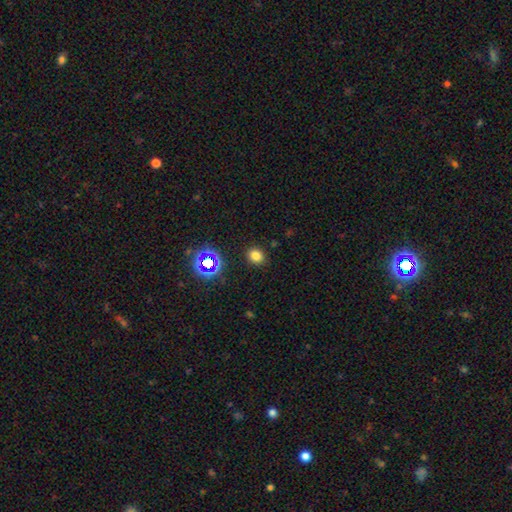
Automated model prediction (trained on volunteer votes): The model was most divided on "how rounded": round: 65%, in between: 34%, cigar-shaped: 1%. More confident: merging — none (89%); smooth or featured — smooth (75%).